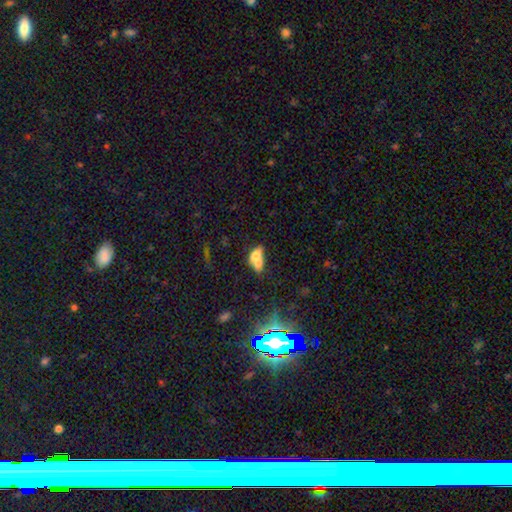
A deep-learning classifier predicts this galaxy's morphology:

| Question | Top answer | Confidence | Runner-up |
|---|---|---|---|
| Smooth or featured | smooth | 61% | featured or disk (27%) |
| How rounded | in between | 76% | round (17%) |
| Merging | merger | 69% | none (17%) |